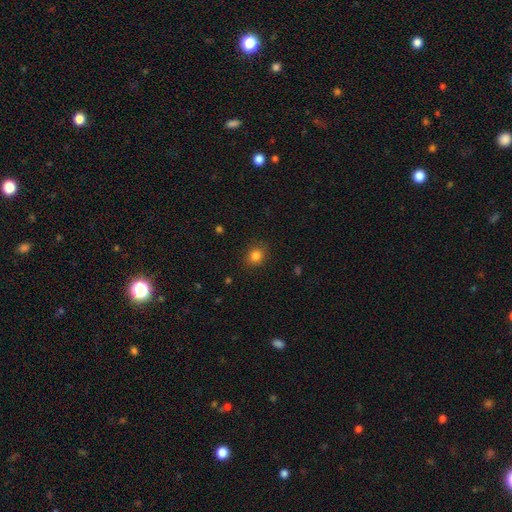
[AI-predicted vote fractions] This is clearly a smooth galaxy (83%). How rounded: likely round (68%). Merging: clearly none (86%).